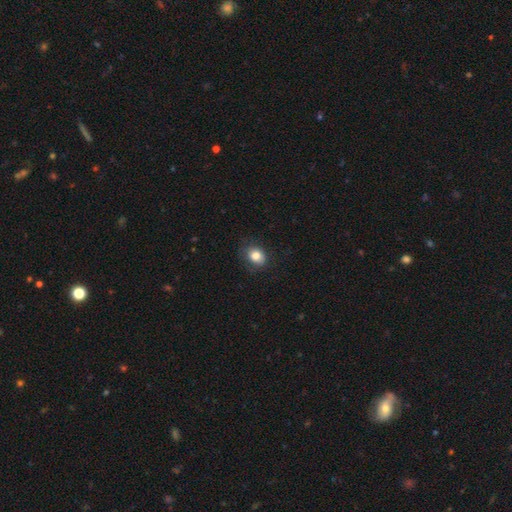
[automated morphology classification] Overall: smooth (82%). How rounded: in between (54%; round 45%). Merging: none (78%).